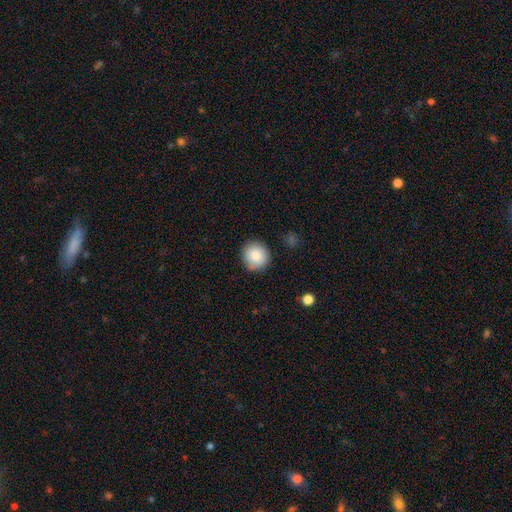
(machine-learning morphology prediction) Q: Smooth or featured?
A: smooth (86%); runner-up: star or artifact (8%)
Q: How rounded?
A: round (89%); runner-up: in between (10%)
Q: Merging?
A: none (86%); runner-up: minor disturbance (10%)